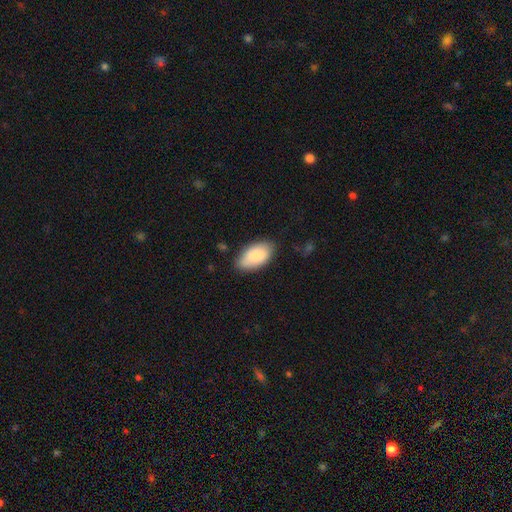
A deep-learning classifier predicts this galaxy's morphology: Q: Smooth or featured?
A: smooth (86%); runner-up: featured or disk (8%)
Q: How rounded?
A: in between (95%); runner-up: round (3%)
Q: Merging?
A: none (77%); runner-up: minor disturbance (19%)